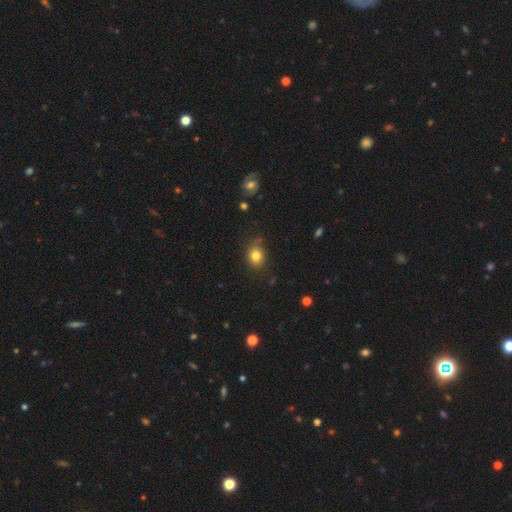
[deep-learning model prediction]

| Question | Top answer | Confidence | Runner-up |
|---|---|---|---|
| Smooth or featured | smooth | 80% | star or artifact (12%) |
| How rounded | round | 65% | in between (34%) |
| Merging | none | 76% | minor disturbance (17%) |